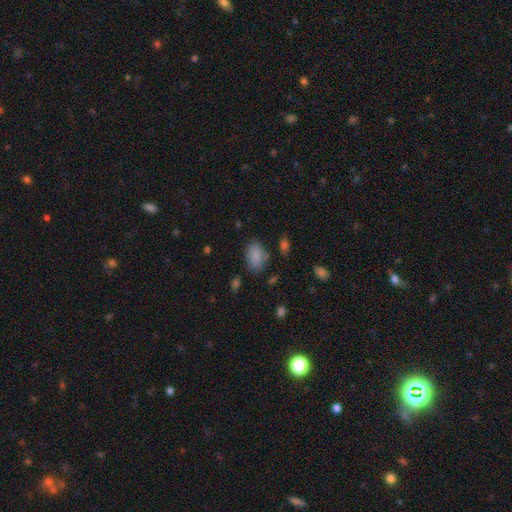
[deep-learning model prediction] Q: Smooth or featured?
A: smooth (85%); runner-up: star or artifact (9%)
Q: How rounded?
A: in between (87%); runner-up: round (12%)
Q: Merging?
A: none (72%); runner-up: minor disturbance (19%)